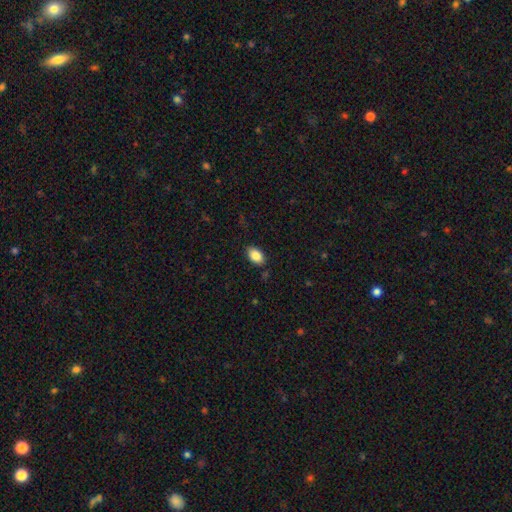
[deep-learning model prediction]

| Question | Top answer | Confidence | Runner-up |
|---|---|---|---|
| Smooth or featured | smooth | 86% | star or artifact (8%) |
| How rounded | in between | 89% | round (9%) |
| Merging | none | 86% | minor disturbance (10%) |